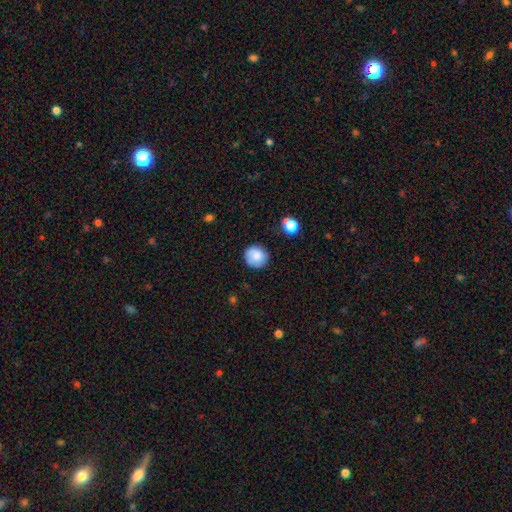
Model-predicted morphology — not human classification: smooth-or-featured: smooth: 80% | featured or disk: 12% | star or artifact: 9%
  how-rounded: round: 88% | in between: 12% | cigar-shaped: 1%
  merging: none: 80% | minor disturbance: 15% | major disturbance: 3% | merger: 2%